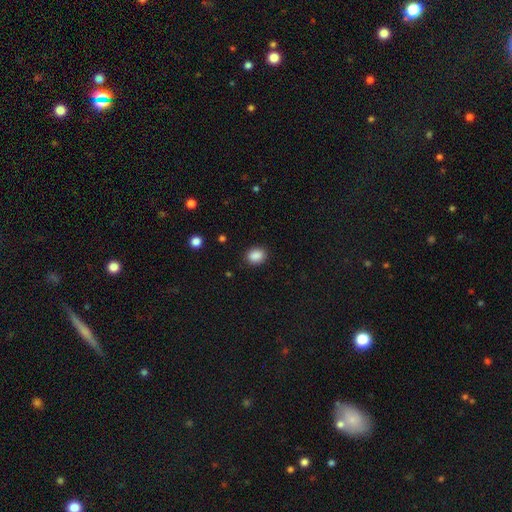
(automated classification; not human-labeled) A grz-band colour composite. It shows a smooth galaxy with no disk features (88%) that is round (50%). Merging: none (88%).